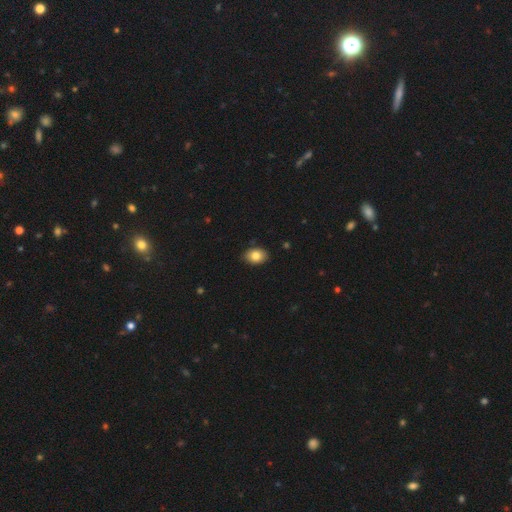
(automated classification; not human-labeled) Overall: smooth (83%). How rounded: in between (77%). Merging: none (85%).